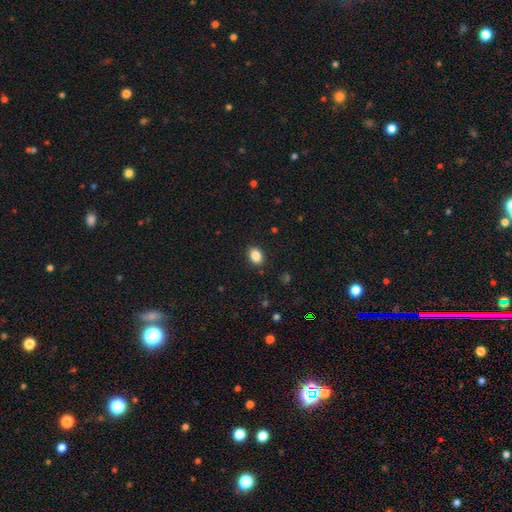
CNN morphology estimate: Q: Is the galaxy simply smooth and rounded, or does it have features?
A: smooth — 87%.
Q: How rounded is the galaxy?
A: in between — 79%.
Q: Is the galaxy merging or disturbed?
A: none — 88%.